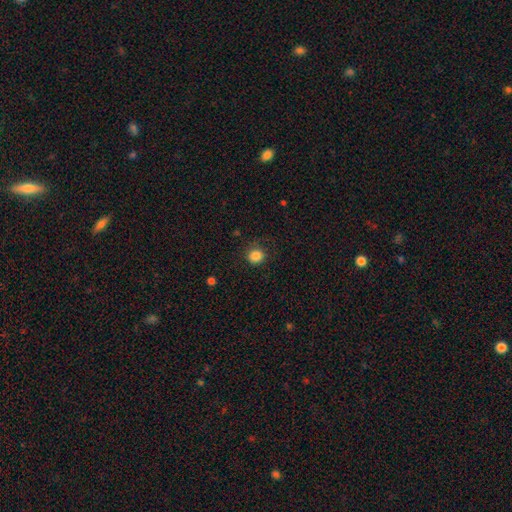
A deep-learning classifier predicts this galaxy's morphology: Smooth or featured?
  - smooth: 85% *
  - star or artifact: 11%
  - featured or disk: 4%
How rounded?
  - round: 88% *
  - in between: 11%
  - cigar-shaped: 1%
Merging?
  - none: 81% *
  - minor disturbance: 13%
  - major disturbance: 5%
  - merger: 1%